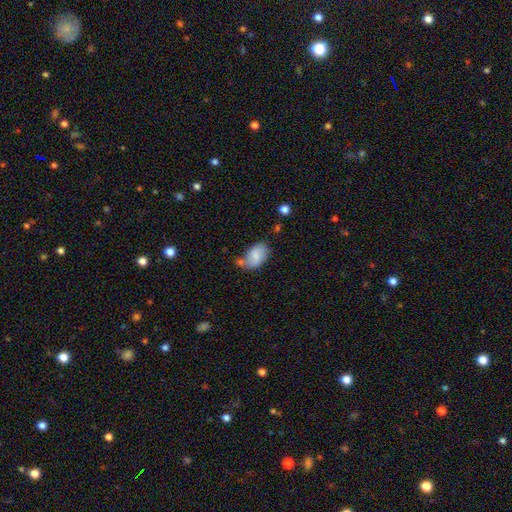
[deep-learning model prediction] Morphology: type=smooth (76%); roundness=in between (90%); merging=none (52%).